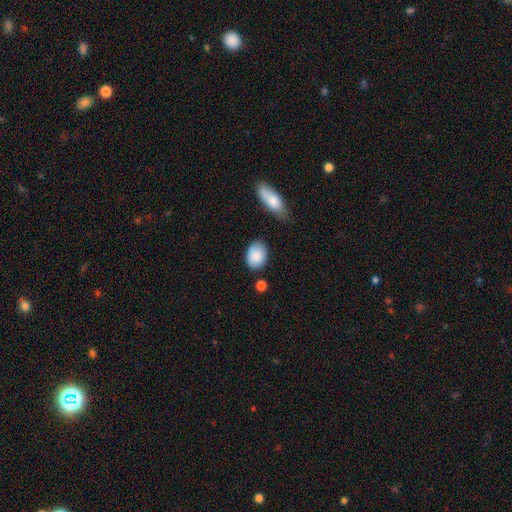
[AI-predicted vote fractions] This is clearly a smooth galaxy (86%). How rounded: likely in between (78%). Merging: likely none (75%).